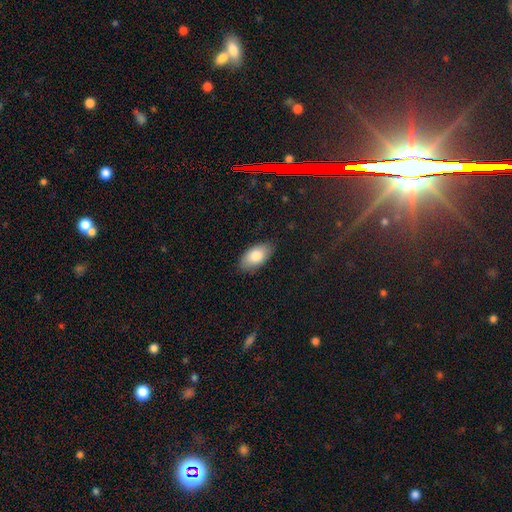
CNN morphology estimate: smooth_or_featured: smooth (p=0.82) [alt: featured or disk p=0.12]
how_rounded: in between (p=0.94) [alt: cigar-shaped p=0.03]
merging: none (p=0.85) [alt: minor disturbance p=0.12]